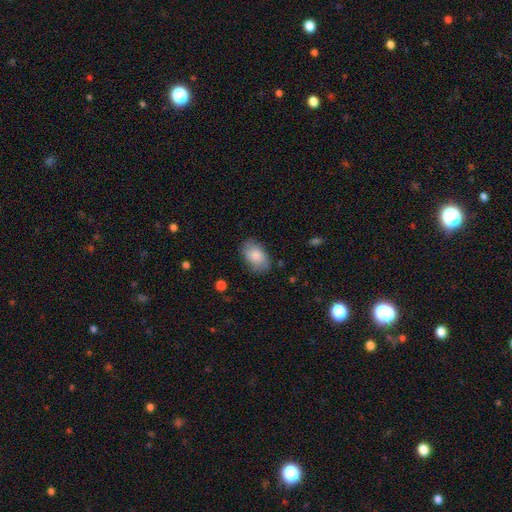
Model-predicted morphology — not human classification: A smooth galaxy with no disk features (84%) that is in between round and cigar-shaped (91%).

Vote fractions:
- Smooth or featured? smooth: 84% / featured or disk: 10% / star or artifact: 6%
- How rounded? in between: 91% / round: 7% / cigar-shaped: 1%
- Merging? none: 78% / minor disturbance: 17% / major disturbance: 4% / merger: 1%